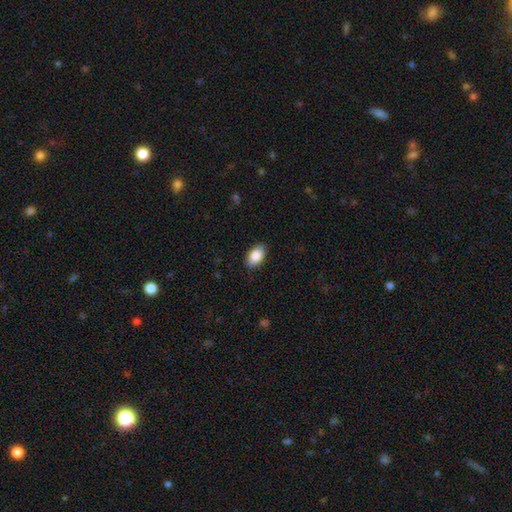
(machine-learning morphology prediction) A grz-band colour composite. It shows a smooth galaxy with no disk features (87%) that is in between round and cigar-shaped (89%). Merging: none (87%).